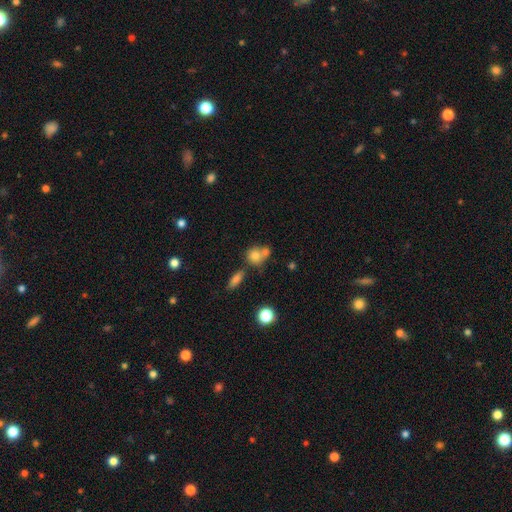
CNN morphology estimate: smooth 76%, featured or disk 12%, star or artifact 11%. Down the decision tree: how rounded — round (71%); merging — merger (43%).